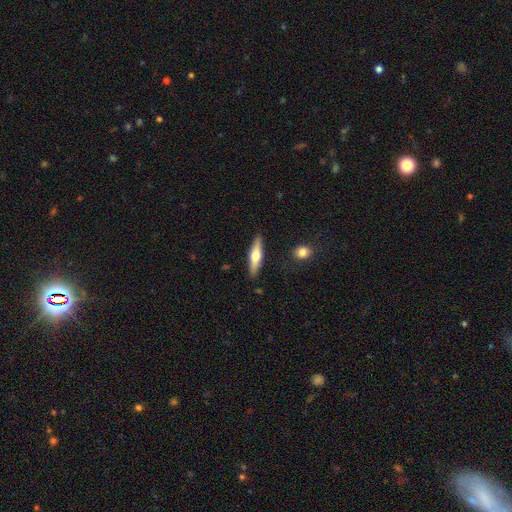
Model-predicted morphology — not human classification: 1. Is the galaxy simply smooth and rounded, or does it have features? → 49% featured or disk, 45% smooth, 5% star or artifact.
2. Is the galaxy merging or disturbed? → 88% none, 9% minor disturbance, 2% major disturbance, 2% merger.